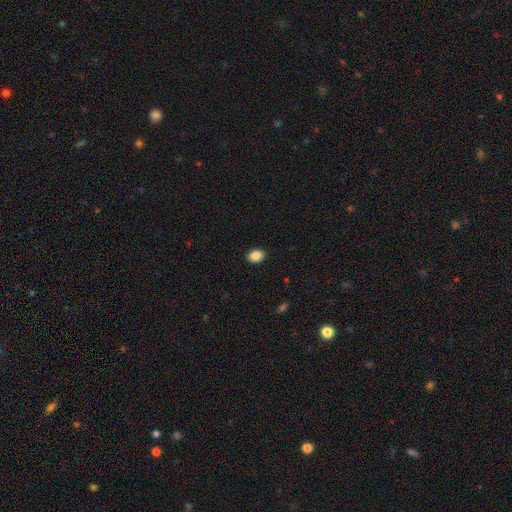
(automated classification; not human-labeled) Smooth or featured? smooth (87%)
How rounded? in between (67%)
Merging? none (90%)